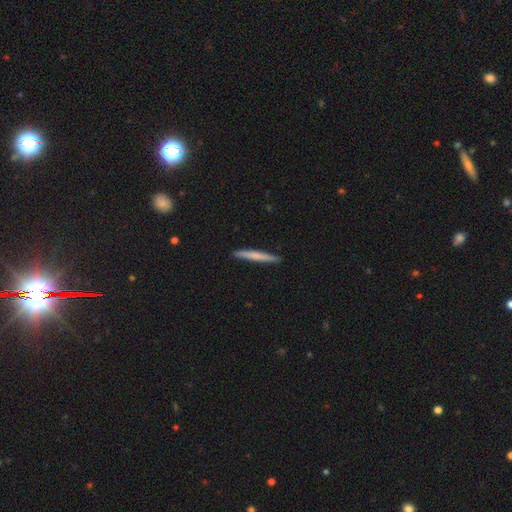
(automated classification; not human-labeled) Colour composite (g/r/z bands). It shows a smooth galaxy with no disk features (65%) that is cigar-shaped (97%). Merging: none (92%).